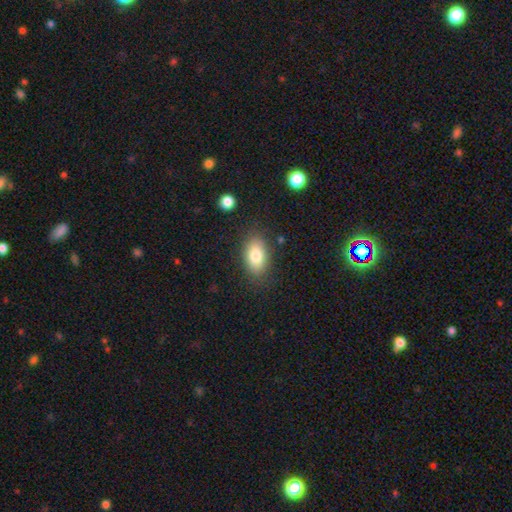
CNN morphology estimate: A smooth galaxy with no disk features (82%) that is in between round and cigar-shaped (91%). Merging: none (82%).